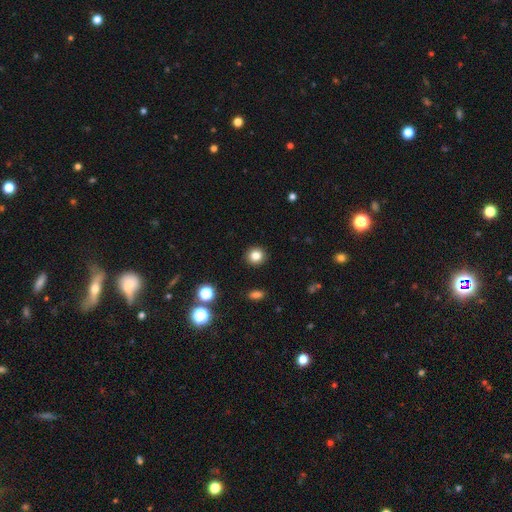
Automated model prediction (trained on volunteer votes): smooth-or-featured: smooth: 82% | star or artifact: 12% | featured or disk: 6%
  how-rounded: round: 90% | in between: 9% | cigar-shaped: 1%
  merging: none: 92% | minor disturbance: 5% | major disturbance: 2% | merger: 1%